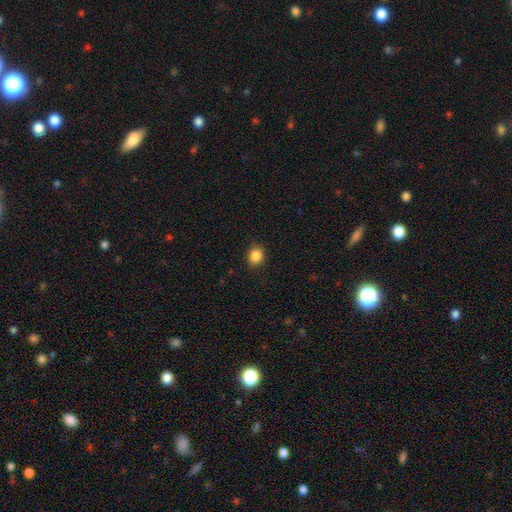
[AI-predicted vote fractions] This appears to be a smooth galaxy with no disk features (87%) that is round (63%). Merging: none (88%).